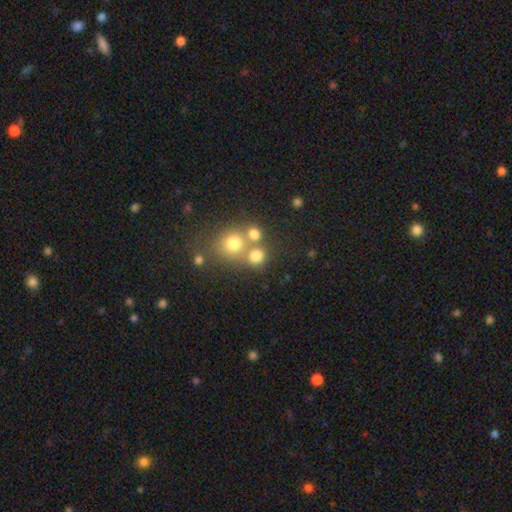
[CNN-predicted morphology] type=smooth (74%); roundness=round (82%); merging=none (54%).